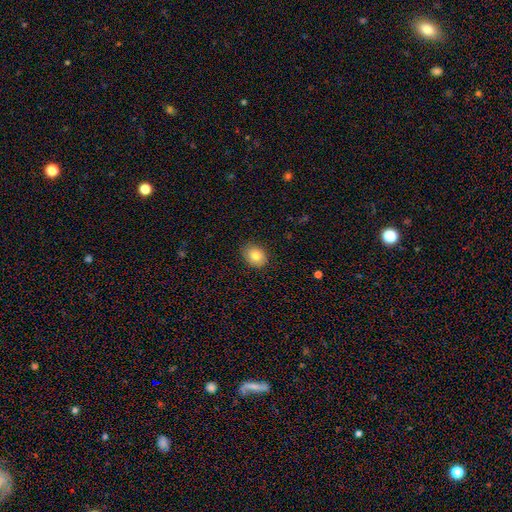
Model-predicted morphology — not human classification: This is clearly a smooth galaxy (82%). How rounded: possibly in between (54%). Merging: clearly none (85%).